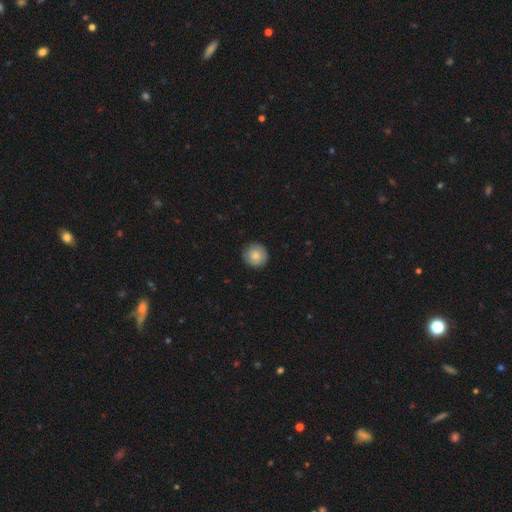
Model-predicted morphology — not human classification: Q: Smooth or featured?
A: smooth (81%); runner-up: featured or disk (12%)
Q: How rounded?
A: round (93%); runner-up: in between (6%)
Q: Merging?
A: none (88%); runner-up: minor disturbance (9%)